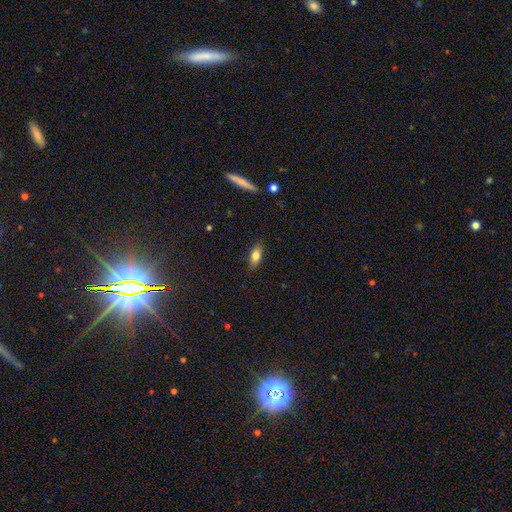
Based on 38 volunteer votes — This is likely a smooth galaxy (74%). How rounded: likely in between (79%). Merging: likely none (76%).